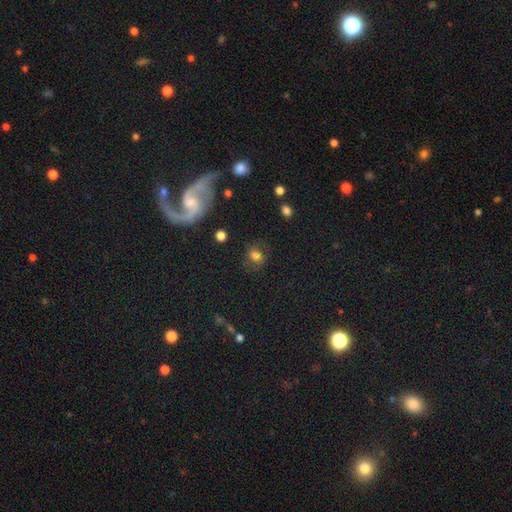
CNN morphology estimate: type=smooth (71%); roundness=round (55%); merging=none (71%).